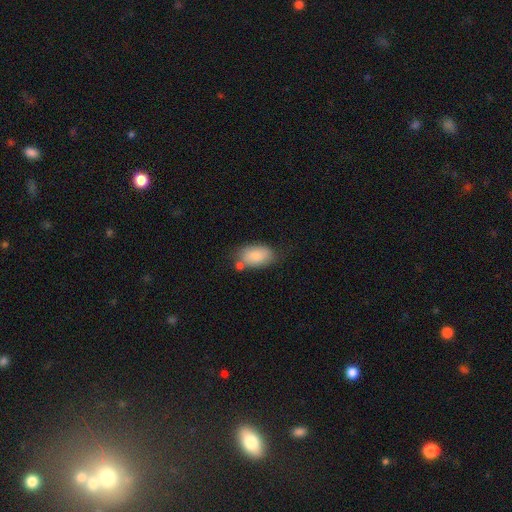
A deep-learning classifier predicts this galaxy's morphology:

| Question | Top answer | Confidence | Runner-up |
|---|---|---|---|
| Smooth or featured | smooth | 83% | featured or disk (10%) |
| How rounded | in between | 92% | round (6%) |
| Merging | none | 61% | minor disturbance (21%) |